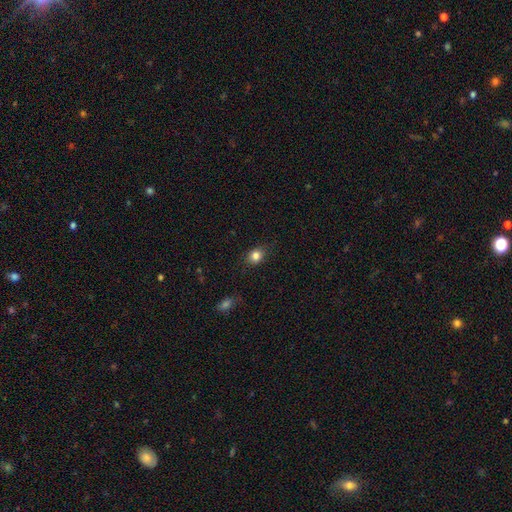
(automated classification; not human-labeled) smooth 83%, star or artifact 11%, featured or disk 6%. Down the decision tree: how rounded — round (51%); merging — none (83%).